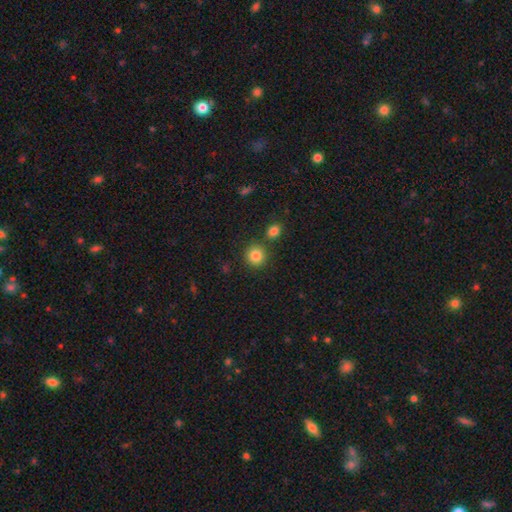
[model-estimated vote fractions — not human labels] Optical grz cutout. It shows a smooth galaxy with no disk features (85%) that is round (89%). Merging: none (80%).